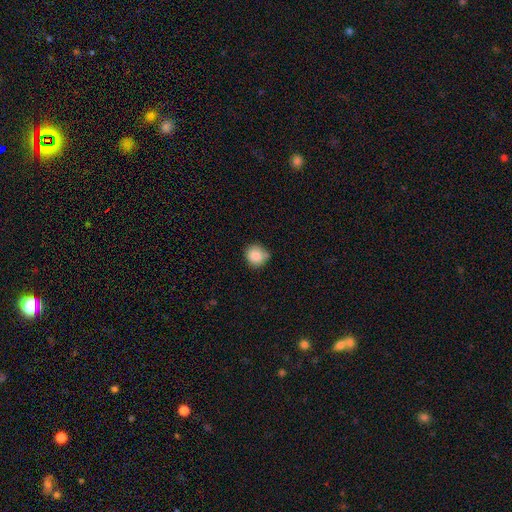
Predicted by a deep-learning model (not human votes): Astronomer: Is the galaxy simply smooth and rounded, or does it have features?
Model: smooth — 87%.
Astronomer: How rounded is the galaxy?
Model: round — 87%.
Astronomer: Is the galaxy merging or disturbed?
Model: none — 70%.